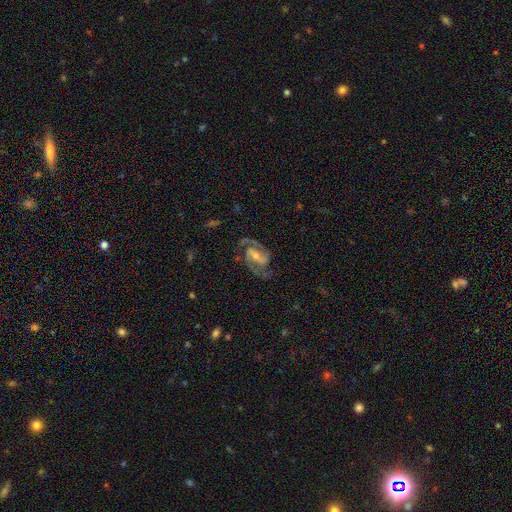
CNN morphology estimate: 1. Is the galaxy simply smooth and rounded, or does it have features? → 92% featured or disk, 5% star or artifact, 3% smooth.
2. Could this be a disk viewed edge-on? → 98% no, 2% yes.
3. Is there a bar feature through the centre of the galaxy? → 46% weak, 34% strong, 21% no.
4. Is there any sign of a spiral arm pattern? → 98% yes, 2% no.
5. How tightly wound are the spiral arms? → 62% medium, 25% tight, 13% loose.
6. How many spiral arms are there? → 93% 2, 2% 3, 2% can't tell, 1% 1, 1% 4, 1% more than 4.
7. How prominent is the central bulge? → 47% small, 46% moderate, 4% none, 3% large, 1% dominant.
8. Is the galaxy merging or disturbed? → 80% none, 13% minor disturbance, 6% major disturbance, 1% merger.